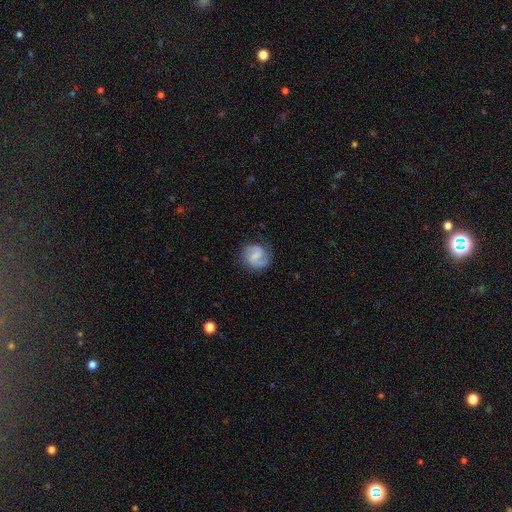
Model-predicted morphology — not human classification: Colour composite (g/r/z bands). It shows a featured or disk galaxy (73%) with a weak bar (54%), 2 (87%) medium (50%) spiral arms (94%) and a small central bulge (49%). Merging: none (79%).